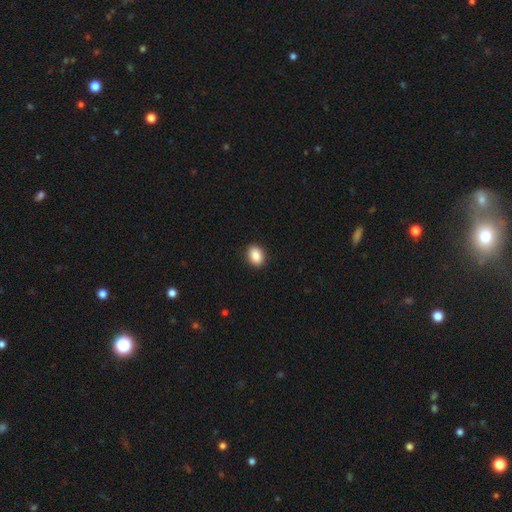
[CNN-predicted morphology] A smooth galaxy with no disk features (88%) that is in between round and cigar-shaped (67%). Merging: none (91%).